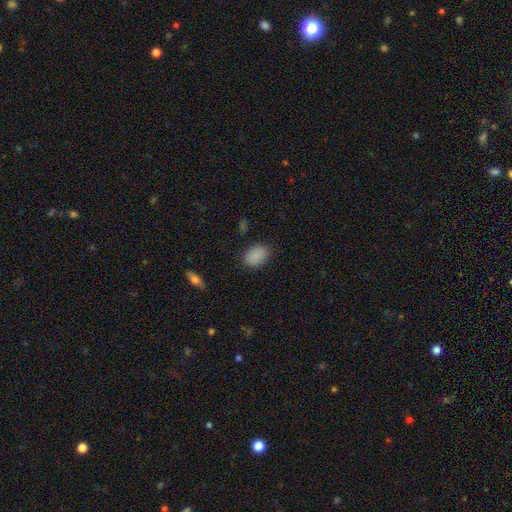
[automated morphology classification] Q: Smooth or featured?
A: smooth (88%); runner-up: star or artifact (9%)
Q: How rounded?
A: in between (84%); runner-up: round (14%)
Q: Merging?
A: none (83%); runner-up: minor disturbance (13%)